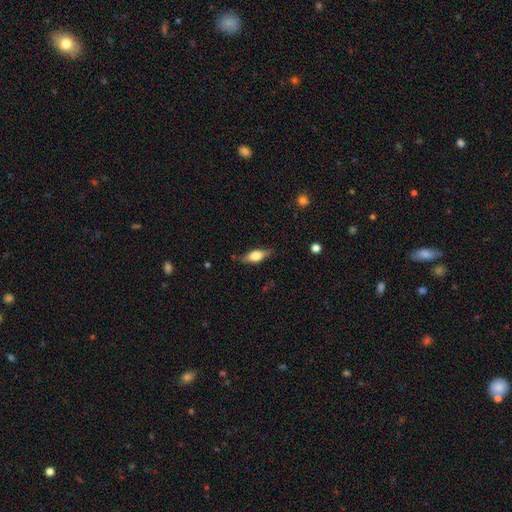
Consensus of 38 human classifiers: Smooth or featured?
  - smooth: 79% *
  - featured or disk: 18%
  - star or artifact: 3%
How rounded?
  - in between: 90% *
  - cigar-shaped: 10%
  - round: 0%
Merging?
  - none: 81% *
  - minor disturbance: 16%
  - major disturbance: 3%
  - merger: 0%